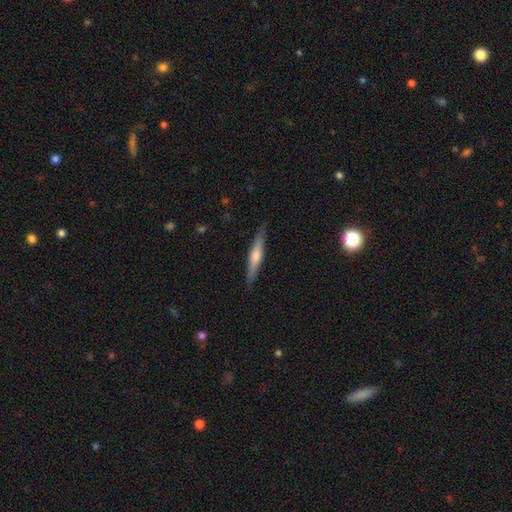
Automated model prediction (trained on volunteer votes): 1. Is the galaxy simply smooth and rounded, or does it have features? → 59% featured or disk, 35% smooth, 6% star or artifact.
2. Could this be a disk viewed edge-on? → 96% yes, 4% no.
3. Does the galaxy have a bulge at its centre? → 76% rounded, 16% none, 8% boxy.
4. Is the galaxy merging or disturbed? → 90% none, 8% minor disturbance, 2% major disturbance, 1% merger.